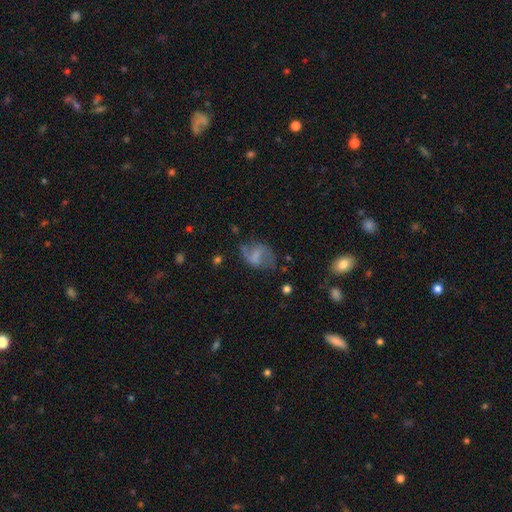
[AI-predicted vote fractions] smooth-or-featured: smooth: 45% | featured or disk: 44% | star or artifact: 11%
  merging: none: 49% | minor disturbance: 27% | major disturbance: 21% | merger: 4%